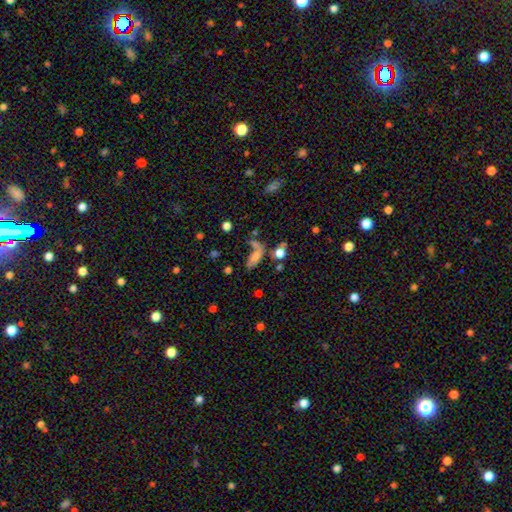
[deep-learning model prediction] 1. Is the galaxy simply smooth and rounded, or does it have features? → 59% smooth, 24% featured or disk, 16% star or artifact.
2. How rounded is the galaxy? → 63% in between, 27% cigar-shaped, 10% round.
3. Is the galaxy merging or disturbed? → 33% none, 26% merger, 24% major disturbance, 17% minor disturbance.